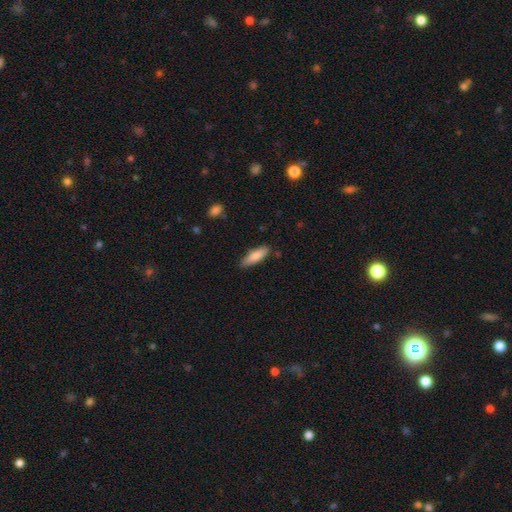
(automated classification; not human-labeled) Smooth or featured? smooth (81%)
How rounded? cigar-shaped (51%)
Merging? none (81%)